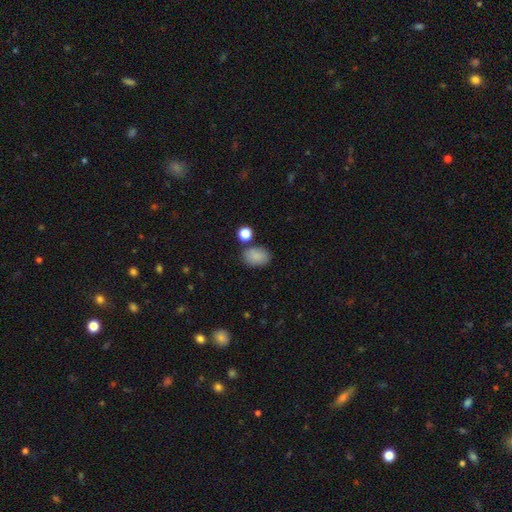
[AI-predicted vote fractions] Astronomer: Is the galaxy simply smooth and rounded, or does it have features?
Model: smooth — 87%.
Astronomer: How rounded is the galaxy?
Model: in between — 80%.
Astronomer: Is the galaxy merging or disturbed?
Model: none — 74%.